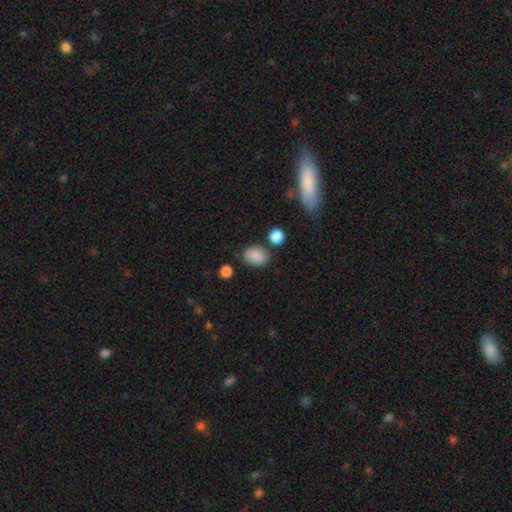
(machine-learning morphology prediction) Smooth or featured? smooth (86%)
How rounded? in between (68%)
Merging? none (77%)